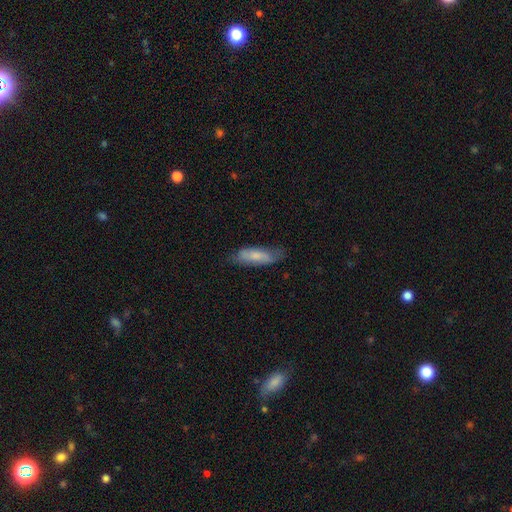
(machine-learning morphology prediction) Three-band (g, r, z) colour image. It shows a smooth galaxy with no disk features (71%) that is in between round and cigar-shaped (57%). Merging: none (67%).